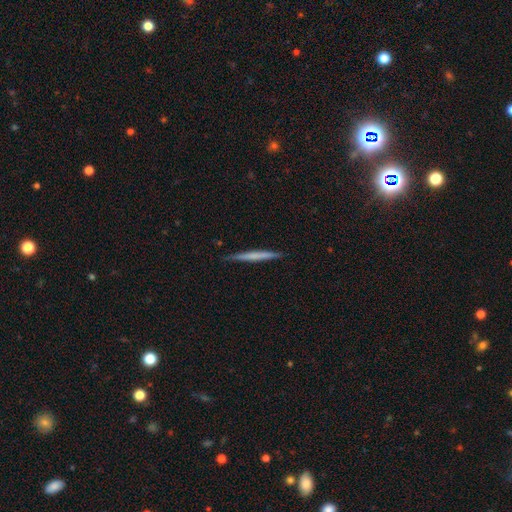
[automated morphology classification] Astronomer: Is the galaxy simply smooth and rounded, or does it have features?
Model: smooth — 52% (runner-up: featured or disk, 42%).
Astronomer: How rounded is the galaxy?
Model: cigar-shaped — 97%.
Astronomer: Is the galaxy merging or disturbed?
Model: none — 89%.